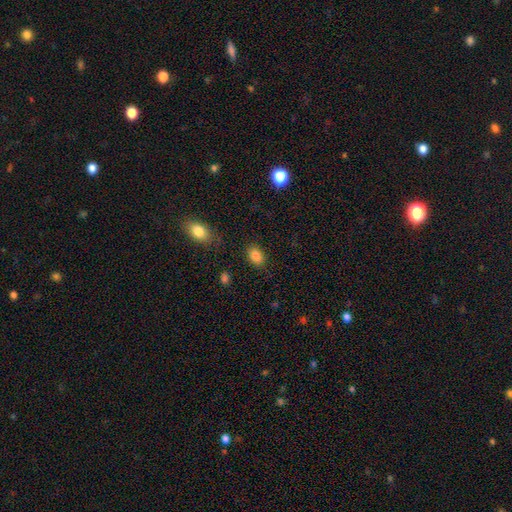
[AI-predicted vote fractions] This appears to be a smooth galaxy with no disk features (86%) that is in between round and cigar-shaped (84%). Merging: none (85%).